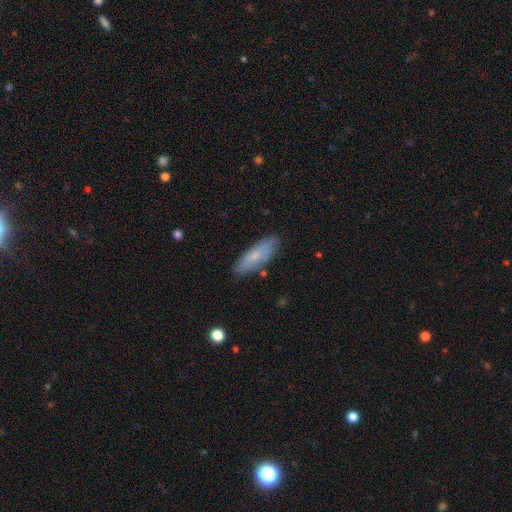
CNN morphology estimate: A smooth galaxy with no disk features (61%) that is in between round and cigar-shaped (56%).

Vote fractions:
- Smooth or featured? smooth: 61% / featured or disk: 32% / star or artifact: 7%
- How rounded? in between: 56% / cigar-shaped: 42% / round: 2%
- Merging? none: 76% / minor disturbance: 18% / major disturbance: 3% / merger: 2%